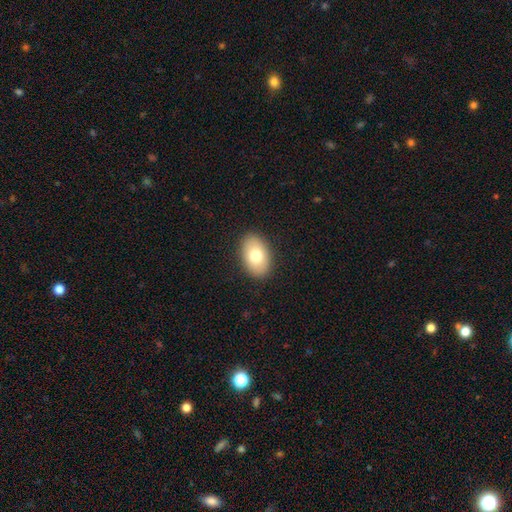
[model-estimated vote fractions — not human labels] smooth 75%, featured or disk 17%, star or artifact 7%. Down the decision tree: how rounded — in between (88%); merging — none (89%).